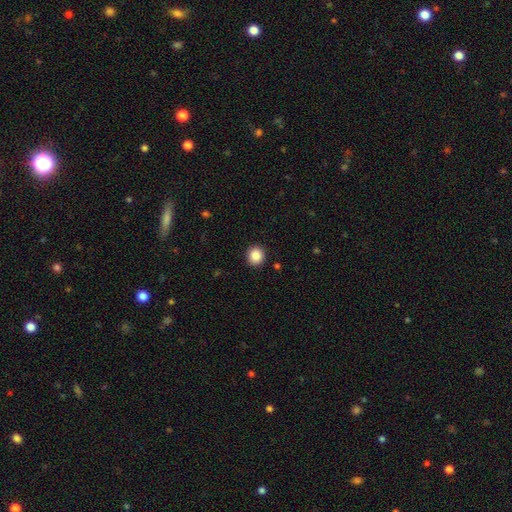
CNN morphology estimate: Overall: smooth (87%). How rounded: round (91%). Merging: none (92%).